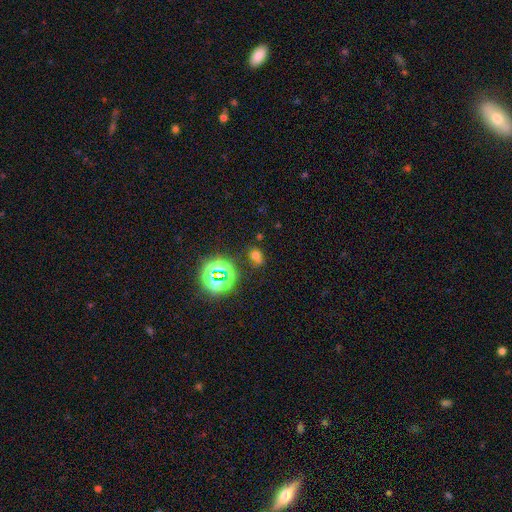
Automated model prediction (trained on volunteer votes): Overall: smooth (52%; star or artifact 38%). How rounded: round (56%; in between 42%). Merging: none (60%).